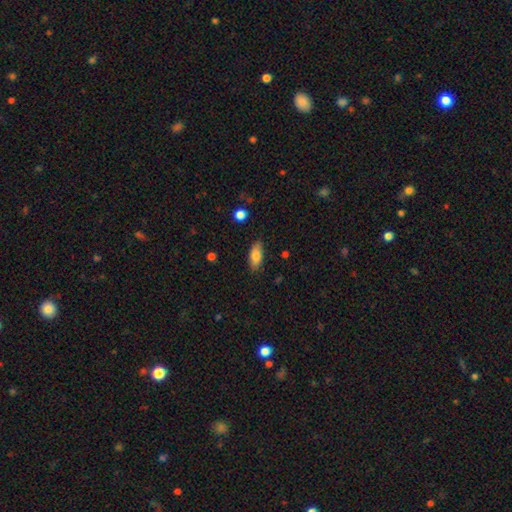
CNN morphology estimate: Q: Smooth or featured?
A: smooth (81%); runner-up: featured or disk (12%)
Q: How rounded?
A: in between (84%); runner-up: cigar-shaped (14%)
Q: Merging?
A: none (83%); runner-up: minor disturbance (13%)